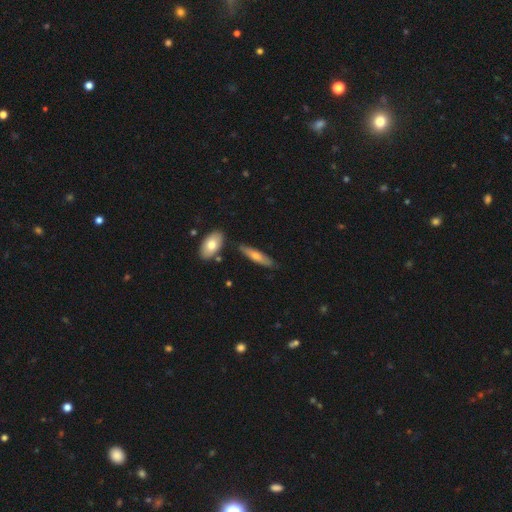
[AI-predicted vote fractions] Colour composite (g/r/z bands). It shows a smooth galaxy with no disk features (54%) that is cigar-shaped (69%). Merging: none (82%).